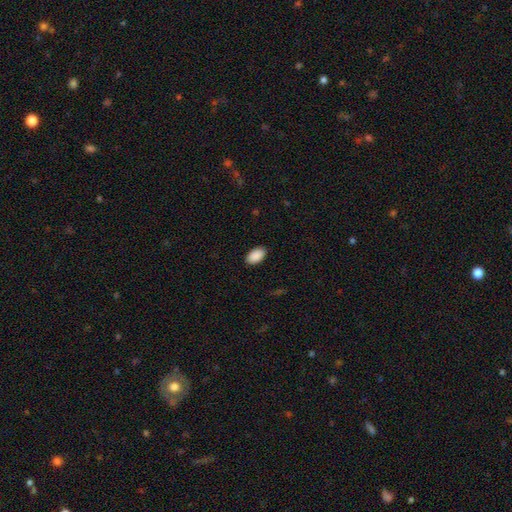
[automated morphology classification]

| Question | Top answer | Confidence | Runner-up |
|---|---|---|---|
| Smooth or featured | smooth | 91% | star or artifact (6%) |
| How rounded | in between | 95% | round (4%) |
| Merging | none | 89% | minor disturbance (8%) |